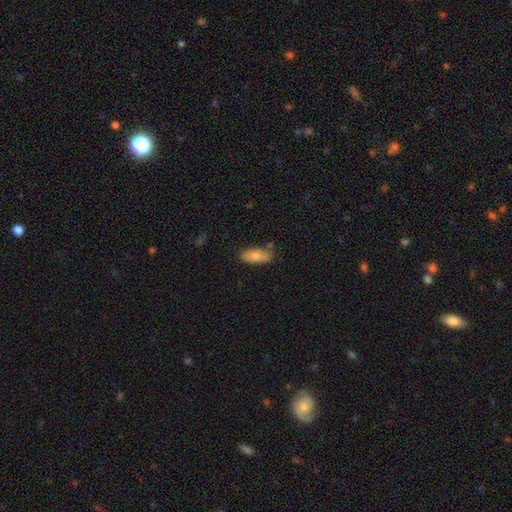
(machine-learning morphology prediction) The model was most divided on "merging": none: 74%, minor disturbance: 18%, merger: 5%, major disturbance: 3%. More confident: how rounded — in between (85%); smooth or featured — smooth (80%).